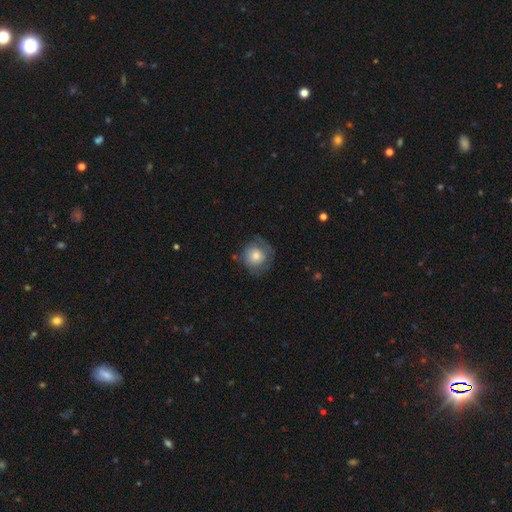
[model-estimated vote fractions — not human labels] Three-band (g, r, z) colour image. It shows a smooth galaxy with no disk features (64%) that is round (89%). Merging: none (63%).